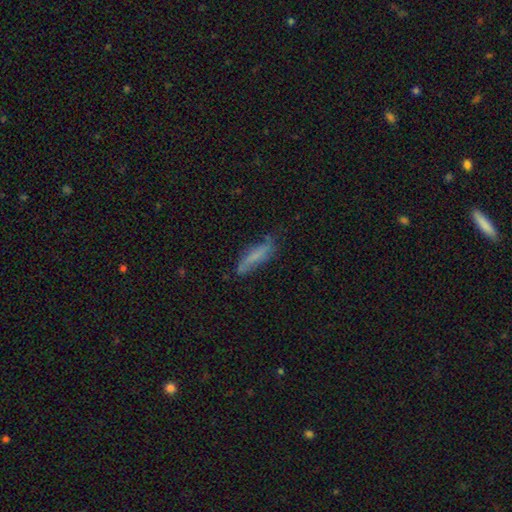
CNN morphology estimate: Smooth or featured: smooth — 62% (featured or disk — 30%)
How rounded: cigar-shaped — 75% (in between — 24%)
Merging: none — 63% (minor disturbance — 26%)